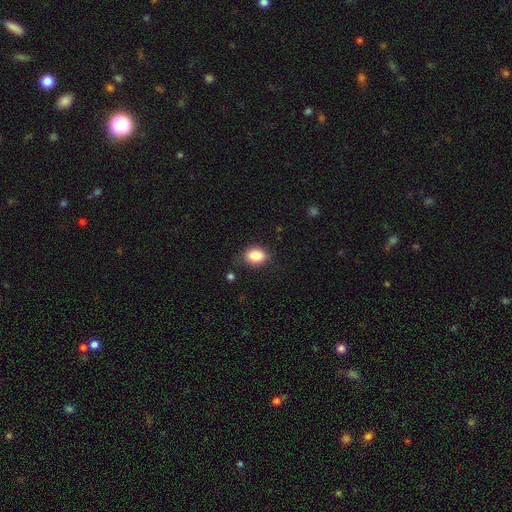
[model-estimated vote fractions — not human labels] smooth 85%, star or artifact 9%, featured or disk 6%. Down the decision tree: how rounded — in between (66%); merging — none (79%).